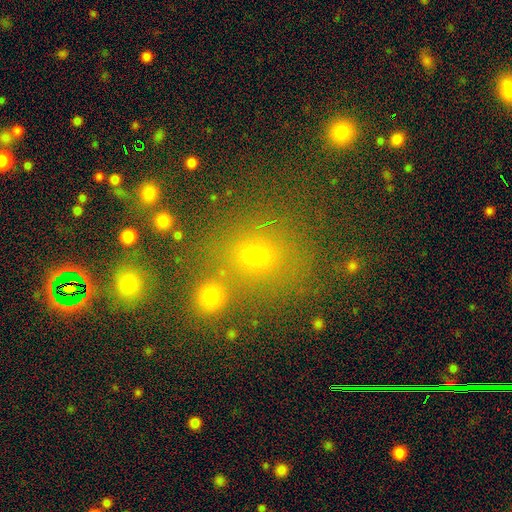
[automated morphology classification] A smooth galaxy with no disk features (65%) that is round (71%).

Vote fractions:
- Smooth or featured? smooth: 65% / star or artifact: 25% / featured or disk: 9%
- How rounded? round: 71% / in between: 27% / cigar-shaped: 2%
- Merging? none: 60% / merger: 25% / minor disturbance: 10% / major disturbance: 5%